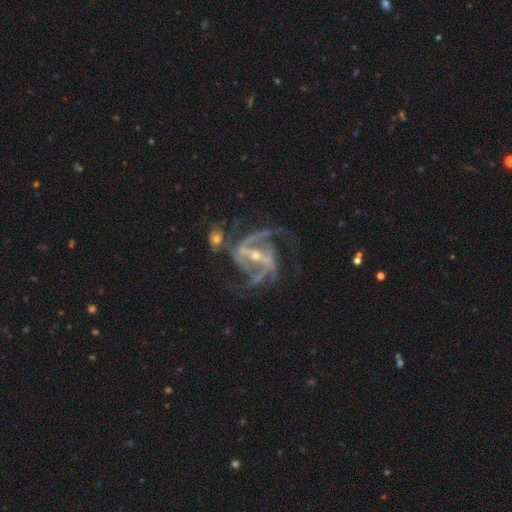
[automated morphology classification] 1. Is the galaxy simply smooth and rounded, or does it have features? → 92% featured or disk, 6% star or artifact, 3% smooth.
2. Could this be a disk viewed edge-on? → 96% no, 4% yes.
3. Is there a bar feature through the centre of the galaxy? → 71% strong, 21% weak, 8% no.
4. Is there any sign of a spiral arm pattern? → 97% yes, 3% no.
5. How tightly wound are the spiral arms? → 54% medium, 24% loose, 22% tight.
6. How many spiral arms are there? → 48% 2, 29% 3, 8% can't tell, 7% 4, 4% 1, 4% more than 4.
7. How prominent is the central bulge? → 62% small, 34% moderate, 1% large, 1% none, 1% dominant.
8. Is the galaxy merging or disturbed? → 52% none, 19% major disturbance, 18% minor disturbance, 11% merger.